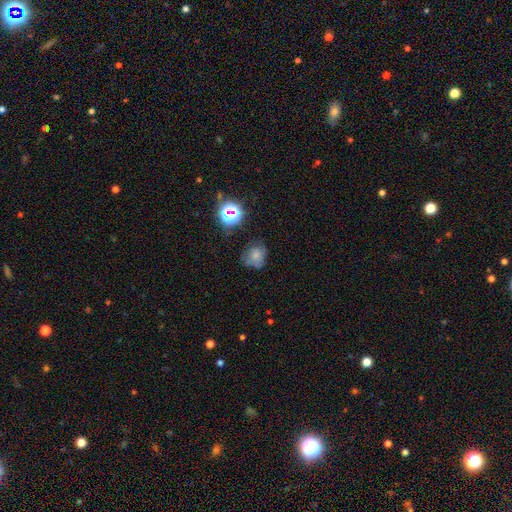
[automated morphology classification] smooth-or-featured: smooth: 64% | star or artifact: 19% | featured or disk: 17%
  how-rounded: round: 75% | in between: 24% | cigar-shaped: 1%
  merging: none: 55% | minor disturbance: 27% | major disturbance: 13% | merger: 5%